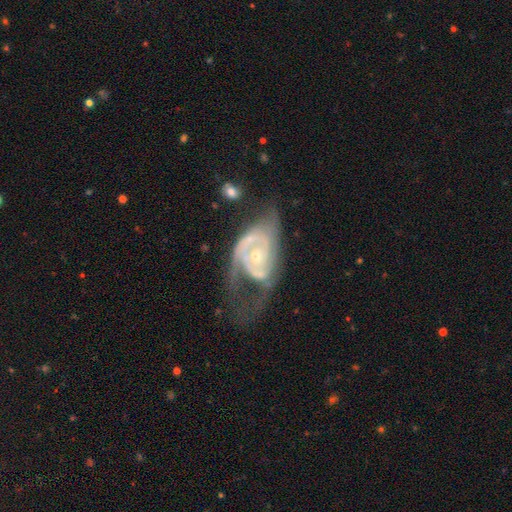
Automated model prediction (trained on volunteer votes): This is clearly a featured or disk galaxy (87%). It is clearly not viewed edge-on (97%). Bar: likely no (70%). Spiral arm pattern: clearly yes (91%). Spiral arm count: possibly 2 (51%). Spiral winding: possibly tight (47%). Central bulge: likely small (66%). Merging: marginally major disturbance (43%).